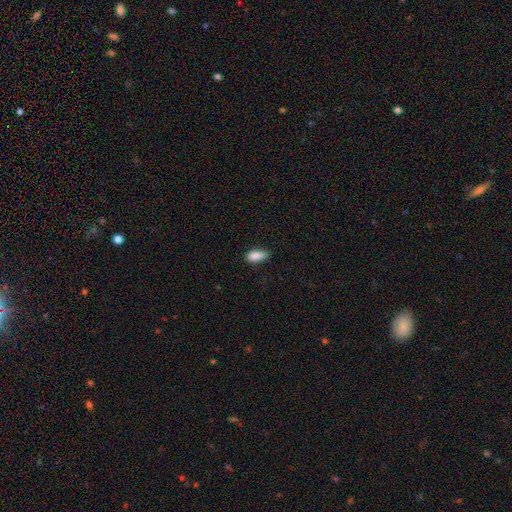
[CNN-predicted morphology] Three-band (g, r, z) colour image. It shows a smooth galaxy with no disk features (87%) that is in between round and cigar-shaped (87%). Merging: none (73%).